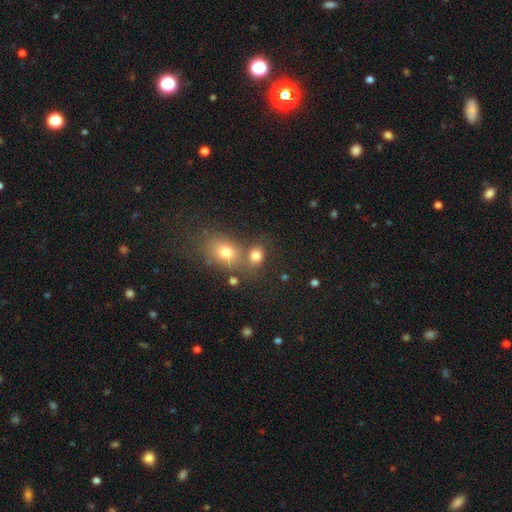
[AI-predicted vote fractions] A smooth galaxy with no disk features (77%) that is round (55%).

Vote fractions:
- Smooth or featured? smooth: 77% / star or artifact: 14% / featured or disk: 9%
- How rounded? round: 55% / in between: 44% / cigar-shaped: 1%
- Merging? none: 51% / merger: 33% / minor disturbance: 11% / major disturbance: 5%